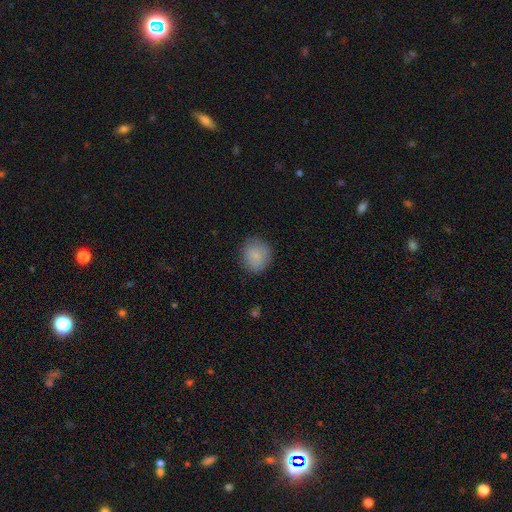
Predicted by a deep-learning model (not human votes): Smooth or featured? Predicted: smooth (p=0.85). How rounded? Predicted: round (p=0.87). Merging? Predicted: none (p=0.84).